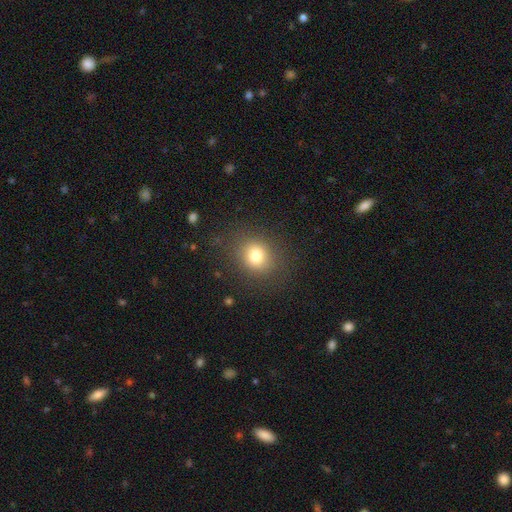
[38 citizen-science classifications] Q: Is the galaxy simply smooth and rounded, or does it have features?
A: smooth — 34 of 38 (89%).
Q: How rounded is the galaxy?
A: round — 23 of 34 (68%).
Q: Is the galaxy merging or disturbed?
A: none — 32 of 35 (91%).